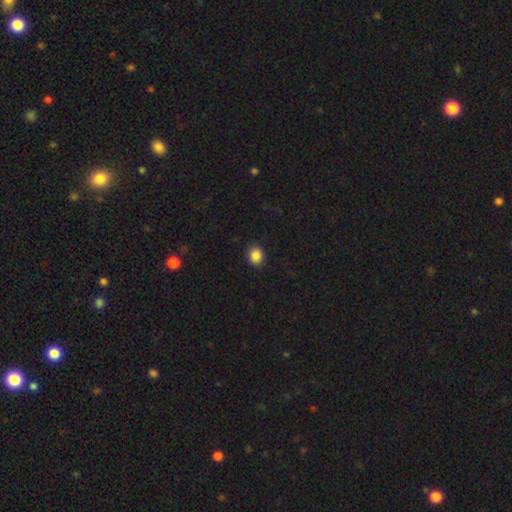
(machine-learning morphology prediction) Overall: smooth (87%). How rounded: round (73%). Merging: none (90%).